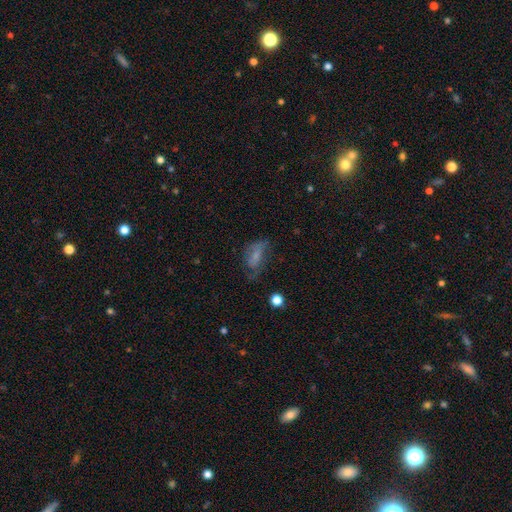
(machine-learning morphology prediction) smooth 53%, featured or disk 35%, star or artifact 13%. Down the decision tree: how rounded — in between (79%); merging — none (42%).